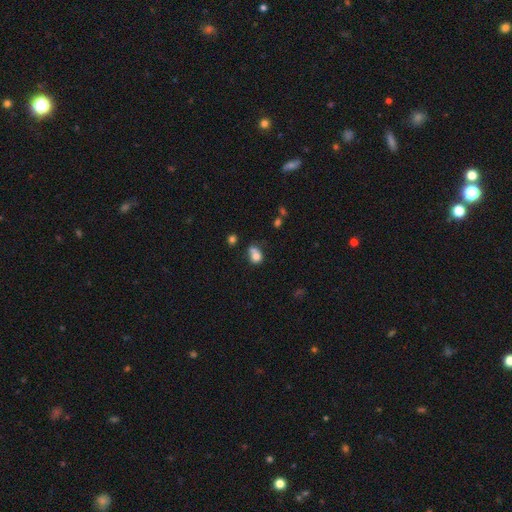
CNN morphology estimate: Smooth or featured?
  - smooth: 76% *
  - featured or disk: 13%
  - star or artifact: 11%
How rounded?
  - round: 57% *
  - in between: 42%
  - cigar-shaped: 1%
Merging?
  - merger: 37% *
  - none: 34%
  - minor disturbance: 19%
  - major disturbance: 10%